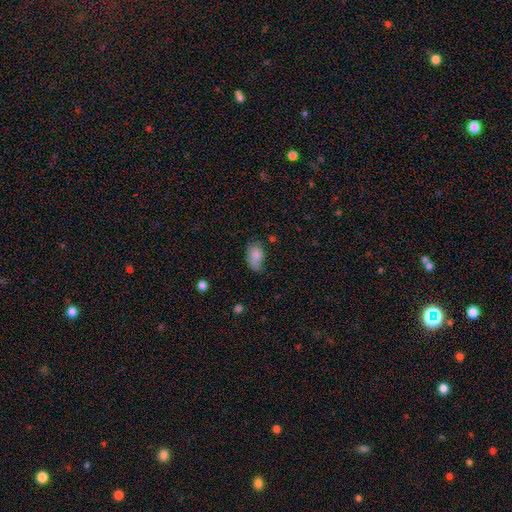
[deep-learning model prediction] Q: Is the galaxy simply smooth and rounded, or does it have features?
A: smooth — 83%.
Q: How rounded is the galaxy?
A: in between — 90%.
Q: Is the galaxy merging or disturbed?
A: none — 52%.